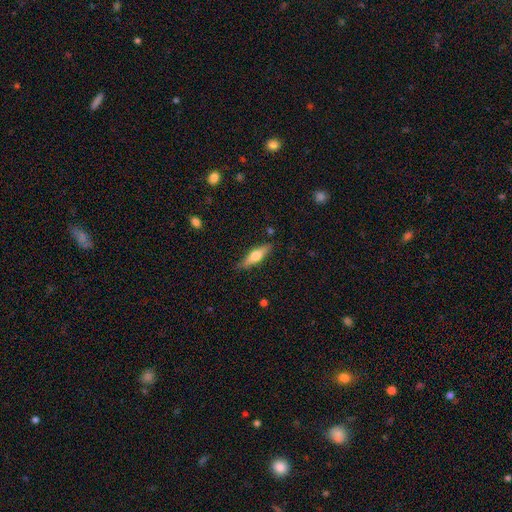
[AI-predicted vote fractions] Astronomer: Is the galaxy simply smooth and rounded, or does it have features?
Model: featured or disk — 52% (runner-up: smooth, 42%).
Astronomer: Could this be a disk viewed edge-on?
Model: yes — 94%.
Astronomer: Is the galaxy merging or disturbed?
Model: none — 85%.